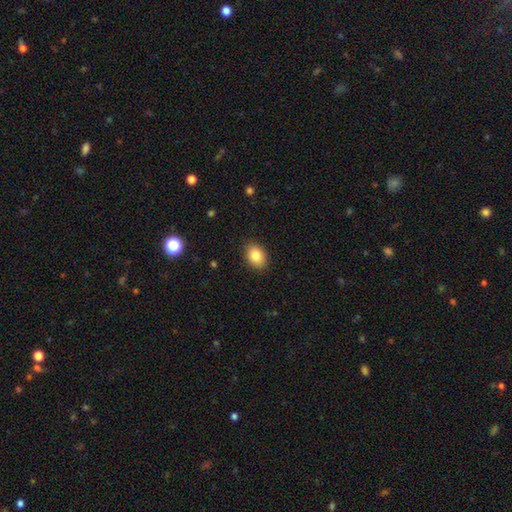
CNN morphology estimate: Smooth or featured? Predicted: smooth (p=0.84). How rounded? Predicted: in between (p=0.74). Merging? Predicted: none (p=0.89).